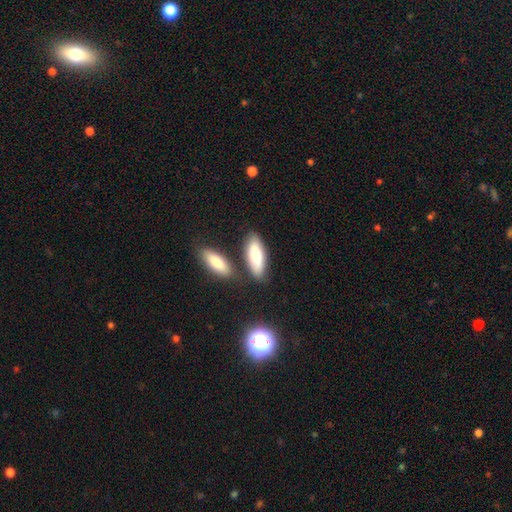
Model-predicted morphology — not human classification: Smooth or featured: smooth — 80% (featured or disk — 14%)
How rounded: in between — 70% (cigar-shaped — 28%)
Merging: none — 71% (merger — 13%)